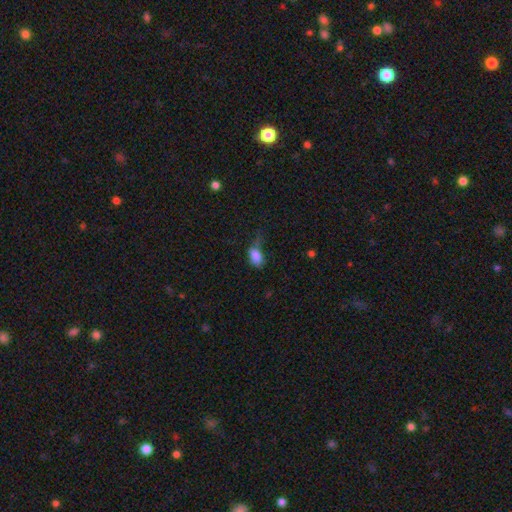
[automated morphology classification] smooth_or_featured: smooth (p=0.83) [alt: star or artifact p=0.09]
how_rounded: in between (p=0.87) [alt: round p=0.11]
merging: none (p=0.33) [tied with: minor disturbance p=0.33]